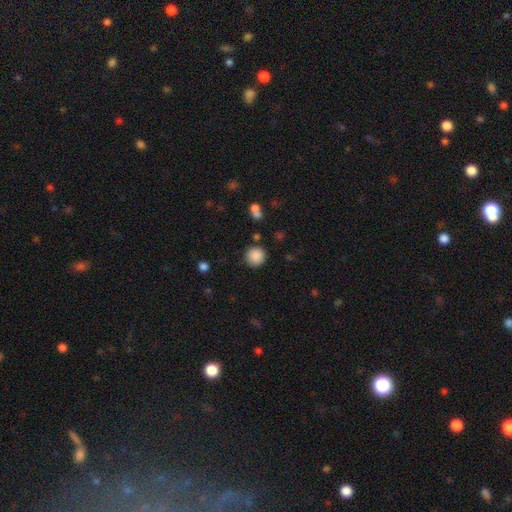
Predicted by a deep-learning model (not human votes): A smooth galaxy with no disk features (87%) that is round (94%). Merging: none (87%).